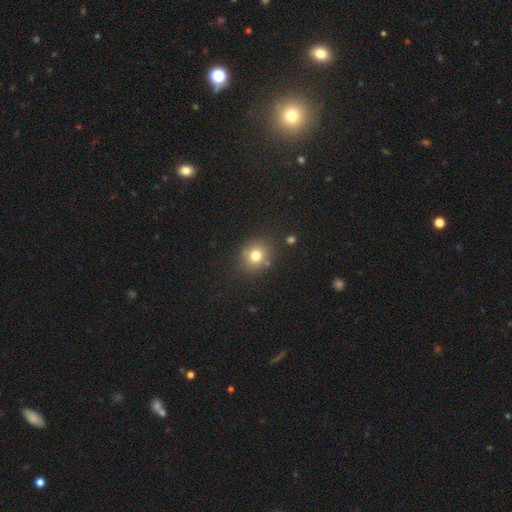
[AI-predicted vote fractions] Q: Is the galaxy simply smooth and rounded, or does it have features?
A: smooth — 77%.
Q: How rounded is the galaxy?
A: round — 74%.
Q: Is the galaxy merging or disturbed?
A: none — 81%.